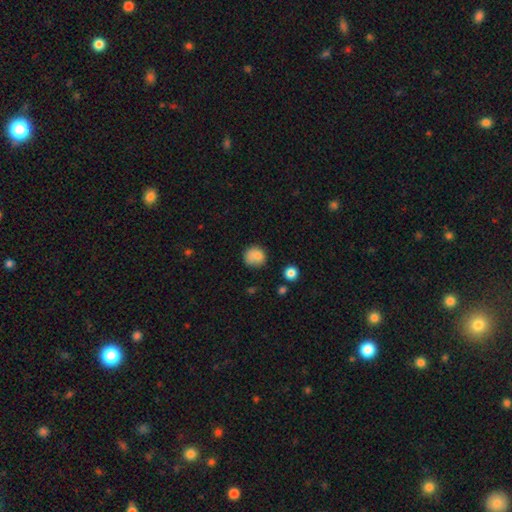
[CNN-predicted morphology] smooth_or_featured: smooth (p=0.81) [alt: star or artifact p=0.11]
how_rounded: round (p=0.83) [alt: in between p=0.16]
merging: none (p=0.62) [alt: minor disturbance p=0.25]